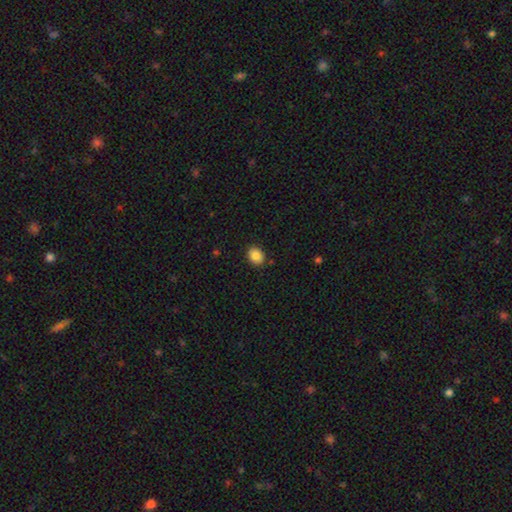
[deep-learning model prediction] A smooth galaxy with no disk features (86%) that is in between round and cigar-shaped (52%).

Vote fractions:
- Smooth or featured? smooth: 86% / star or artifact: 9% / featured or disk: 6%
- How rounded? in between: 52% / round: 47% / cigar-shaped: 1%
- Merging? none: 88% / minor disturbance: 8% / major disturbance: 2% / merger: 1%